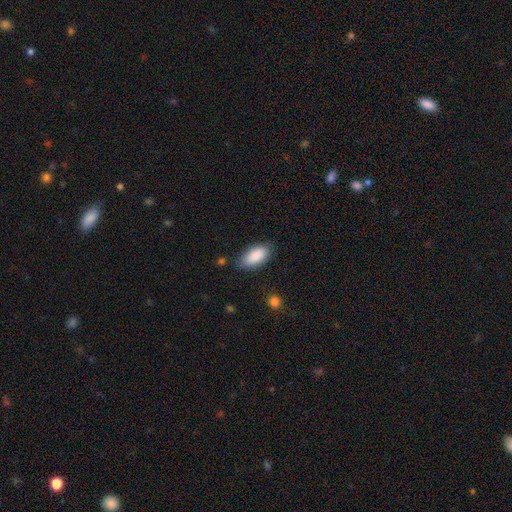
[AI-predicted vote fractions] Smooth or featured?
  - smooth: 89% *
  - star or artifact: 6%
  - featured or disk: 5%
How rounded?
  - in between: 92% *
  - cigar-shaped: 6%
  - round: 2%
Merging?
  - none: 80% *
  - minor disturbance: 14%
  - major disturbance: 3%
  - merger: 2%